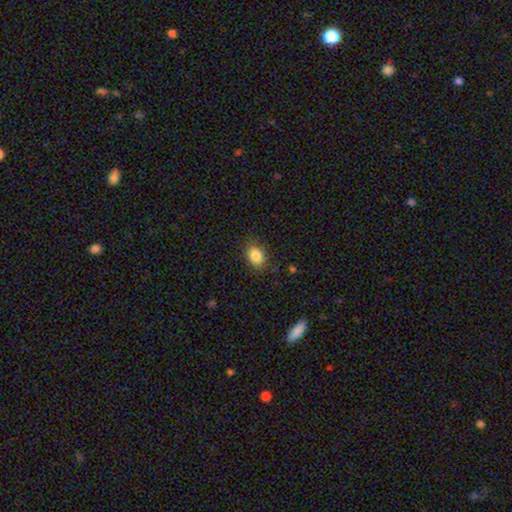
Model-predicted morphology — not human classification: smooth_or_featured: smooth (p=0.86) [alt: star or artifact p=0.09]
how_rounded: in between (p=0.70) [alt: round p=0.29]
merging: none (p=0.83) [alt: minor disturbance p=0.13]